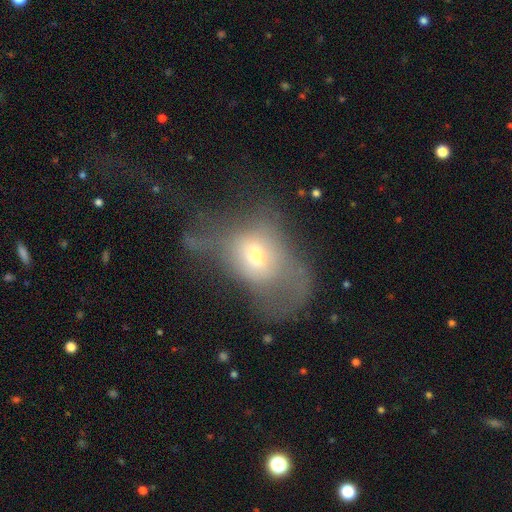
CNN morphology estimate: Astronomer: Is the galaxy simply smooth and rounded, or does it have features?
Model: smooth — 51% (runner-up: featured or disk, 38%).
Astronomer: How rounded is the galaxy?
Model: in between — 66%.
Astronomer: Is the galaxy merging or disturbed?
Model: major disturbance — 59%.